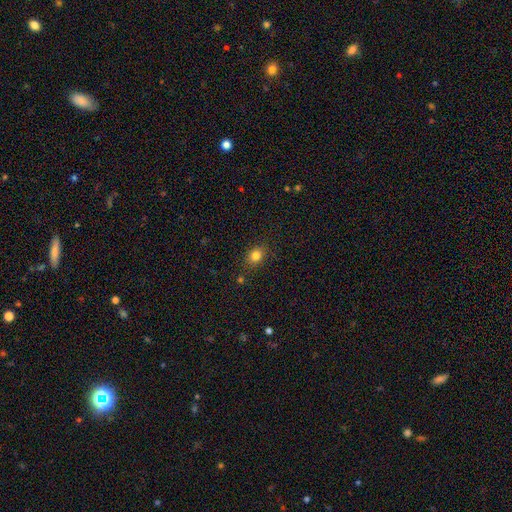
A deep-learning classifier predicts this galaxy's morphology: Overall: smooth (81%). How rounded: round (54%; in between 44%). Merging: none (84%).